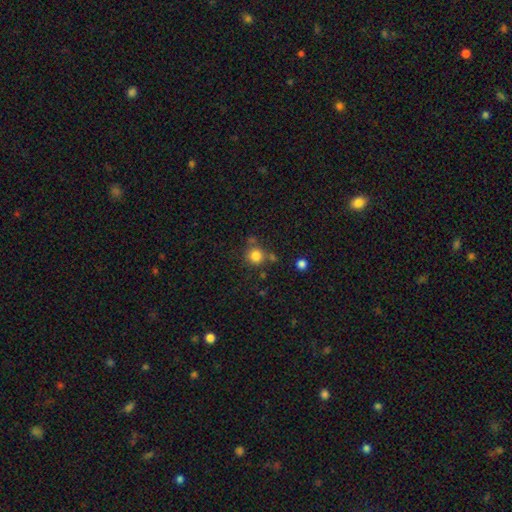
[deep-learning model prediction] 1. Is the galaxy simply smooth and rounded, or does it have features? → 82% smooth, 12% star or artifact, 6% featured or disk.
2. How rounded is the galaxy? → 92% round, 7% in between, 1% cigar-shaped.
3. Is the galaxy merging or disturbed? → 69% none, 14% merger, 12% minor disturbance, 5% major disturbance.